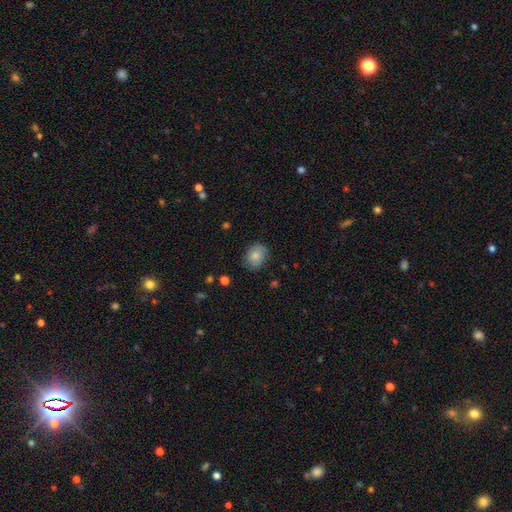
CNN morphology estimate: type=smooth (76%); roundness=round (58%); merging=none (77%).